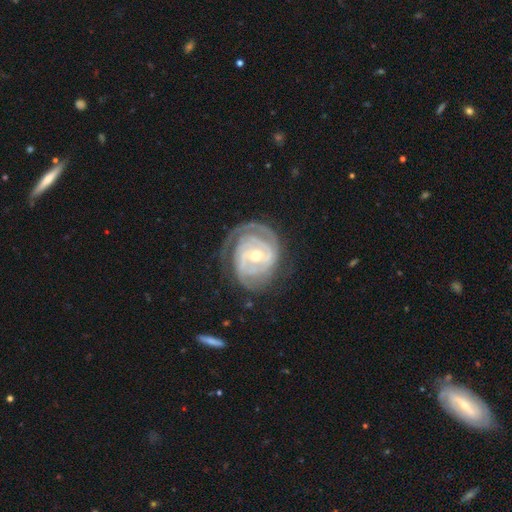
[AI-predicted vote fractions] This appears to be a featured or disk galaxy (89%) with a weak bar (41%), 2 (38%) tight (73%) spiral arms (96%) and a moderate central bulge (55%). Merging: none (67%).